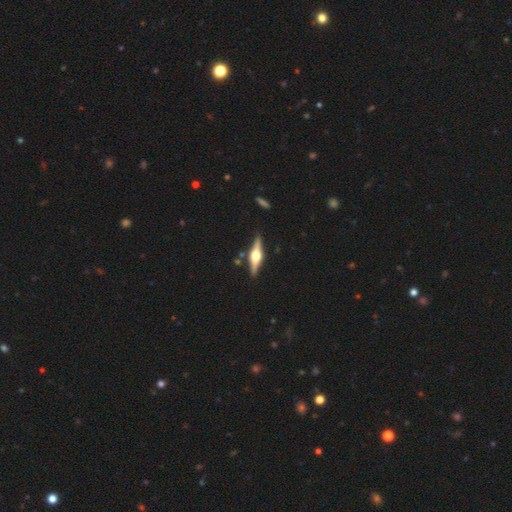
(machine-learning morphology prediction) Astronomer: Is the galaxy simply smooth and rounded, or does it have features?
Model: featured or disk — 77%.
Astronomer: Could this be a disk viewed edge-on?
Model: yes — 97%.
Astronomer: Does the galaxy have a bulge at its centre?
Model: rounded — 93%.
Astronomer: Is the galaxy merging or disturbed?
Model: none — 86%.